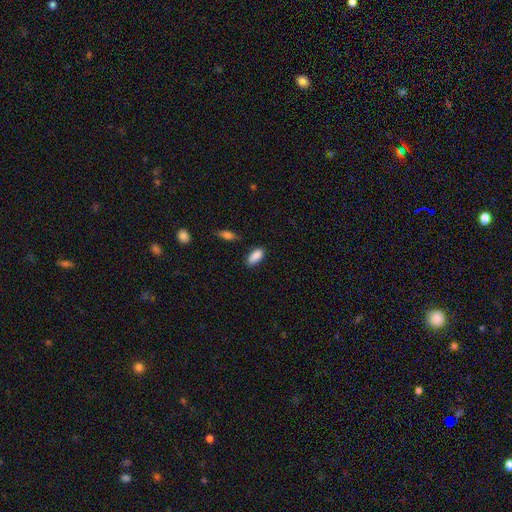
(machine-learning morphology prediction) Smooth or featured? smooth (88%)
How rounded? in between (85%)
Merging? none (77%)